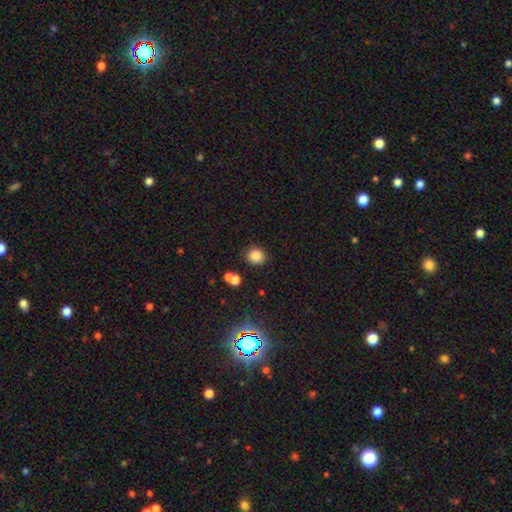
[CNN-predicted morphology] Smooth or featured?
  - smooth: 83% *
  - star or artifact: 12%
  - featured or disk: 5%
How rounded?
  - round: 79% *
  - in between: 20%
  - cigar-shaped: 1%
Merging?
  - none: 82% *
  - minor disturbance: 9%
  - merger: 5%
  - major disturbance: 3%